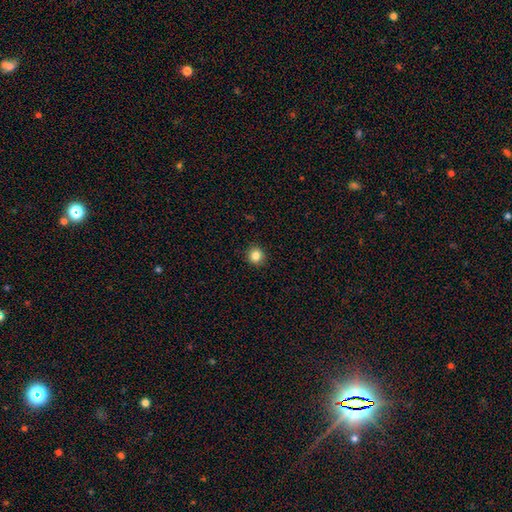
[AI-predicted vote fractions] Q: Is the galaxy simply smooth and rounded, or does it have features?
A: smooth — 84%.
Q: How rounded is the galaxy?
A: round — 92%.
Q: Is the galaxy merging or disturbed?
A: none — 92%.